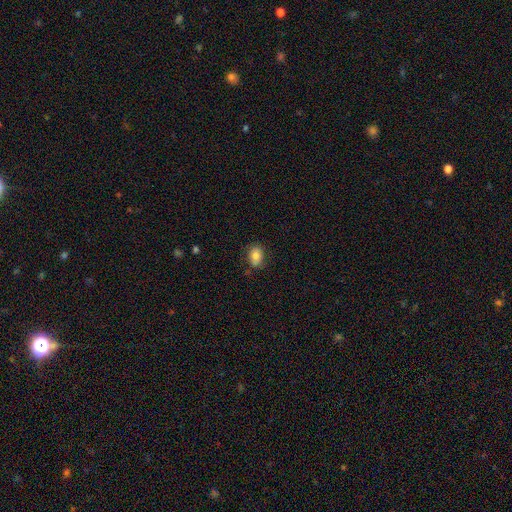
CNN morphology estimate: Smooth or featured?
  - smooth: 83% *
  - featured or disk: 9%
  - star or artifact: 9%
How rounded?
  - in between: 77% *
  - round: 22%
  - cigar-shaped: 1%
Merging?
  - none: 80% *
  - minor disturbance: 15%
  - major disturbance: 3%
  - merger: 2%